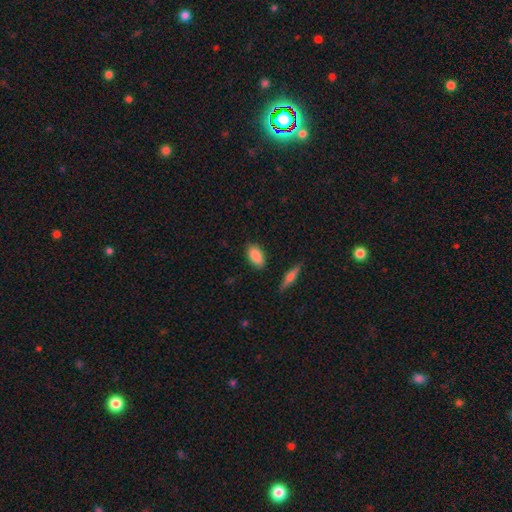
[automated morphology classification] This appears to be a smooth galaxy with no disk features (87%) that is in between round and cigar-shaped (91%). Merging: none (84%).